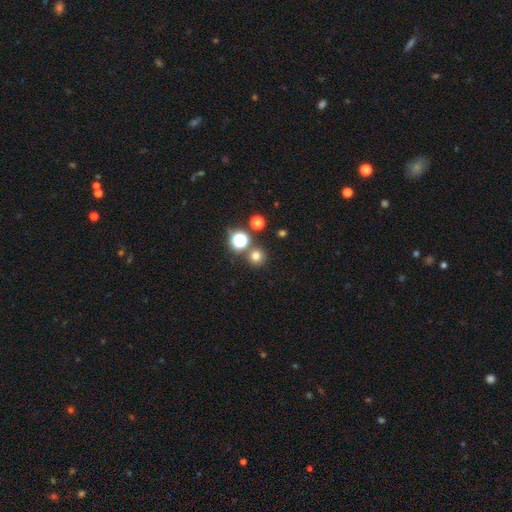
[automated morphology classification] Overall: smooth (71%). How rounded: round (93%). Merging: none (81%).